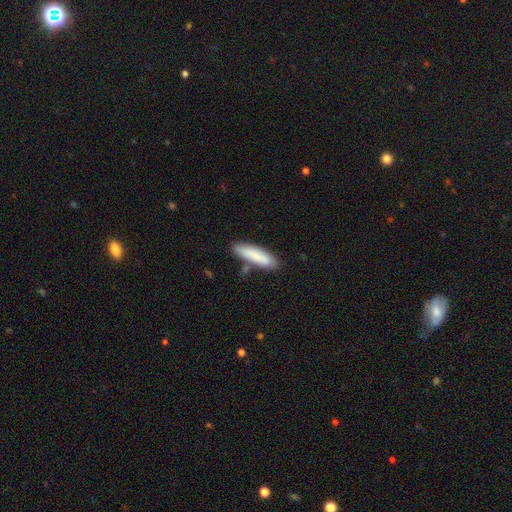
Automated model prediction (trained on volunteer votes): This appears to be a smooth galaxy with no disk features (82%) that is cigar-shaped (68%). Merging: none (76%).